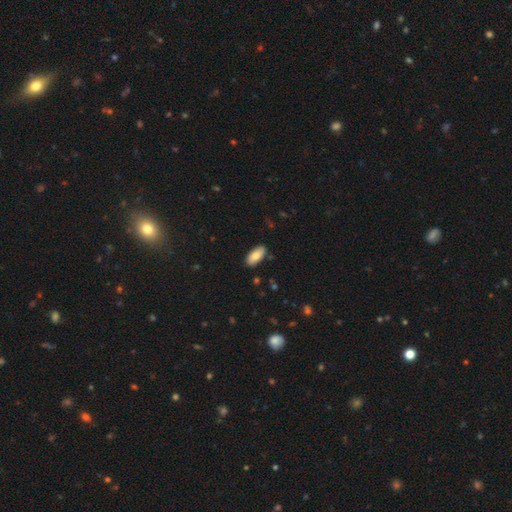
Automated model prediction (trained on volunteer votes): Morphology: type=smooth (83%); roundness=in between (92%); merging=none (86%).